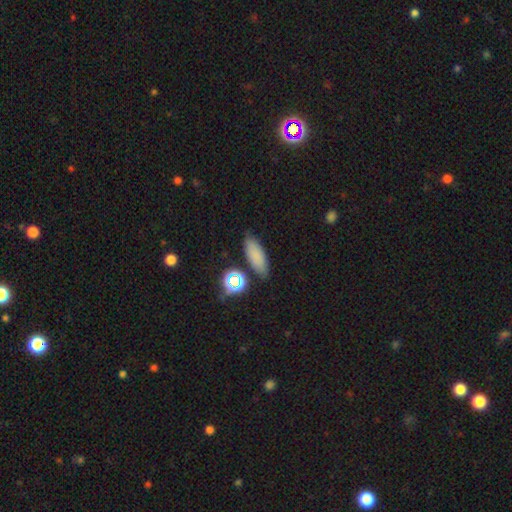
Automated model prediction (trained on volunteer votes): smooth-or-featured: smooth: 78% | star or artifact: 14% | featured or disk: 9%
  how-rounded: in between: 71% | cigar-shaped: 24% | round: 5%
  merging: none: 81% | minor disturbance: 12% | merger: 4% | major disturbance: 3%